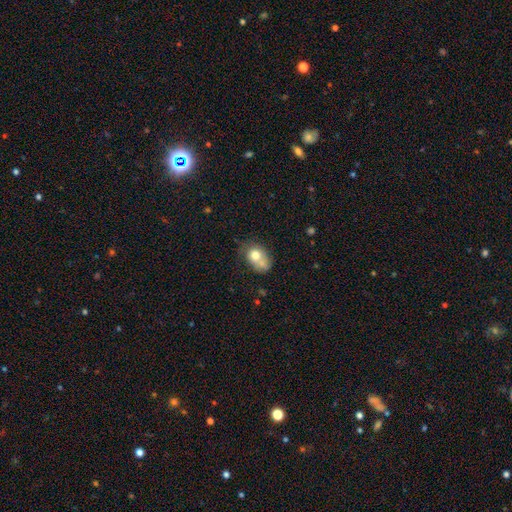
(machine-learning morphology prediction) This appears to be a smooth galaxy with no disk features (72%) that is in between round and cigar-shaped (59%). Merging: merger (33%, tied with none).